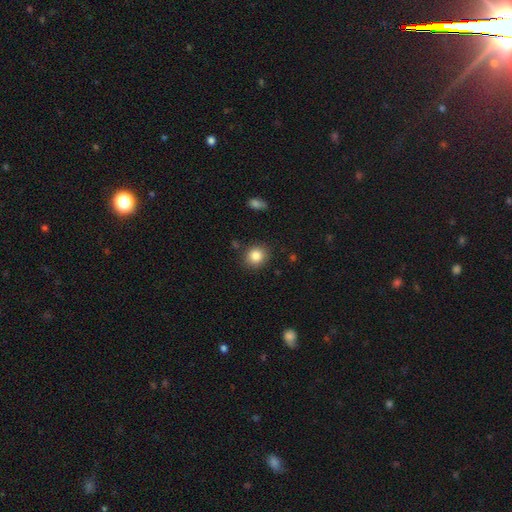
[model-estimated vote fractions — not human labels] smooth_or_featured: smooth (p=0.85) [alt: star or artifact p=0.10]
how_rounded: round (p=0.78) [alt: in between p=0.21]
merging: none (p=0.86) [alt: minor disturbance p=0.09]